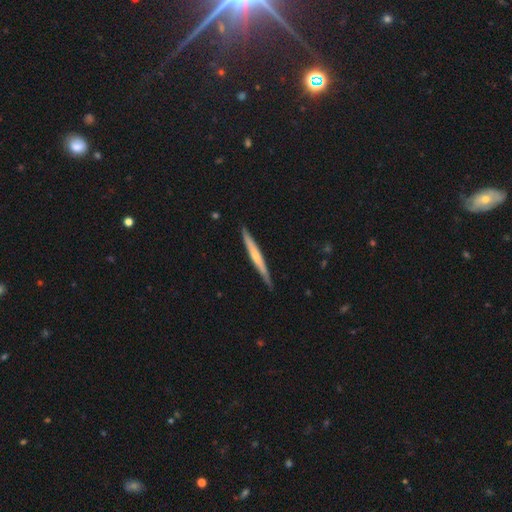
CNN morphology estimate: Smooth or featured?
  - featured or disk: 49% *
  - smooth: 46%
  - star or artifact: 5%
Merging?
  - none: 86% *
  - minor disturbance: 11%
  - major disturbance: 1%
  - merger: 1%